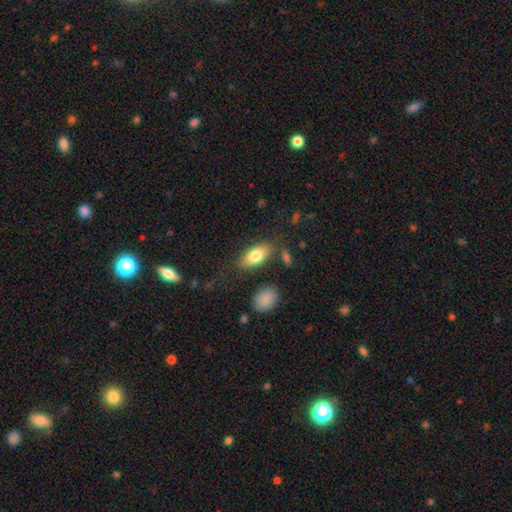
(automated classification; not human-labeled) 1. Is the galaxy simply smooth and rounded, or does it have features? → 79% smooth, 14% featured or disk, 7% star or artifact.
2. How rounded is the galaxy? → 88% in between, 9% cigar-shaped, 3% round.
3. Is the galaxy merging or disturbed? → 77% none, 14% minor disturbance, 5% major disturbance, 4% merger.